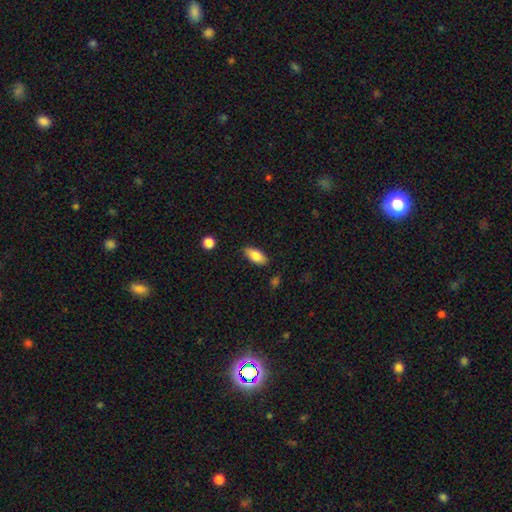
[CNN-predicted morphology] Smooth or featured? smooth (80%)
How rounded? in between (86%)
Merging? none (84%)